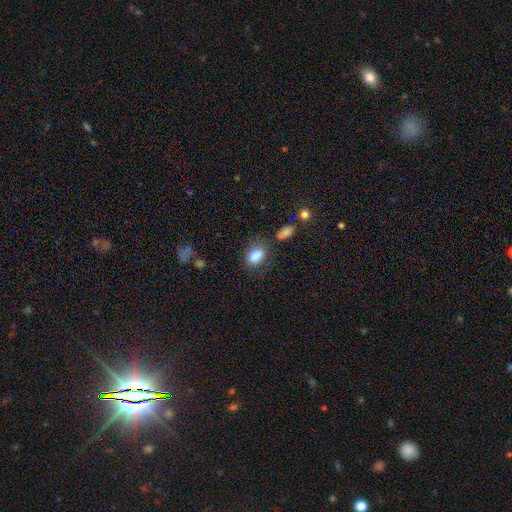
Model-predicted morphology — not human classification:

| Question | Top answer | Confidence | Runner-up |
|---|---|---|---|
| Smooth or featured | smooth | 84% | star or artifact (9%) |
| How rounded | in between | 82% | round (15%) |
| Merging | none | 61% | minor disturbance (21%) |